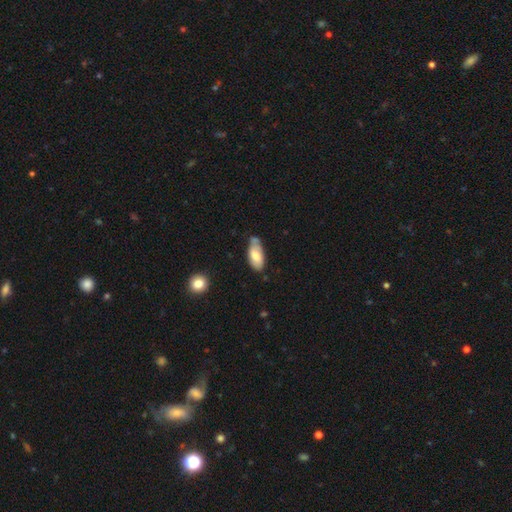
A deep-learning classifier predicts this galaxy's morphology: The model was most divided on "merging": none: 51%, minor disturbance: 30%, merger: 13%, major disturbance: 6%. More confident: how rounded — in between (90%); smooth or featured — smooth (74%).